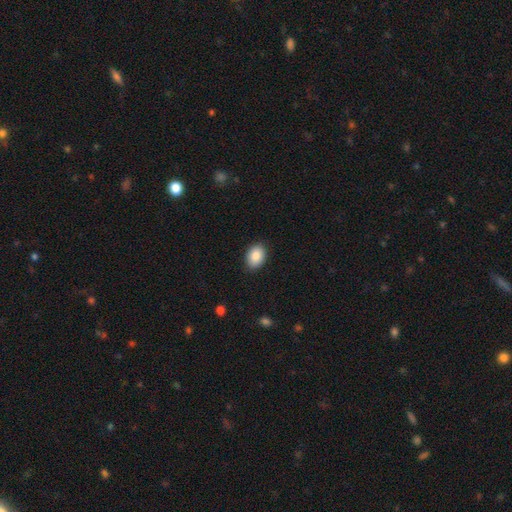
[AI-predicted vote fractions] A smooth galaxy with no disk features (89%) that is in between round and cigar-shaped (83%). Merging: none (88%).